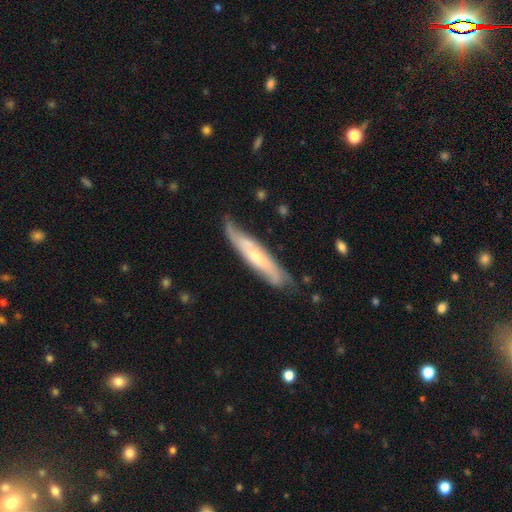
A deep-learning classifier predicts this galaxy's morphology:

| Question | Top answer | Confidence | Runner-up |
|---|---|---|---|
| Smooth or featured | featured or disk | 58% | smooth (36%) |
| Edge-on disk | yes | 55% | no (45%) |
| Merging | none | 70% | minor disturbance (23%) |